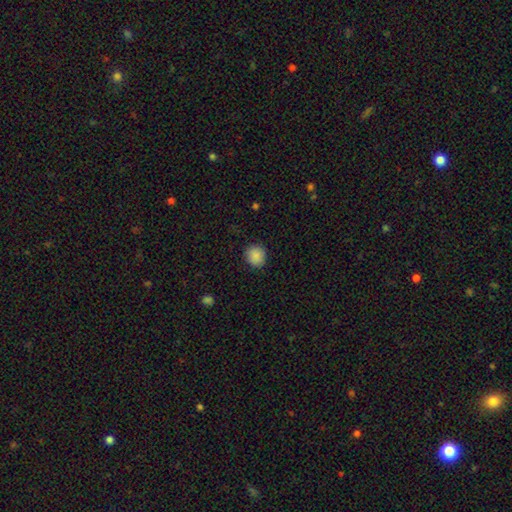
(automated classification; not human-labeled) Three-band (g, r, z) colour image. It shows a smooth galaxy with no disk features (88%) that is round (87%). Merging: none (89%).